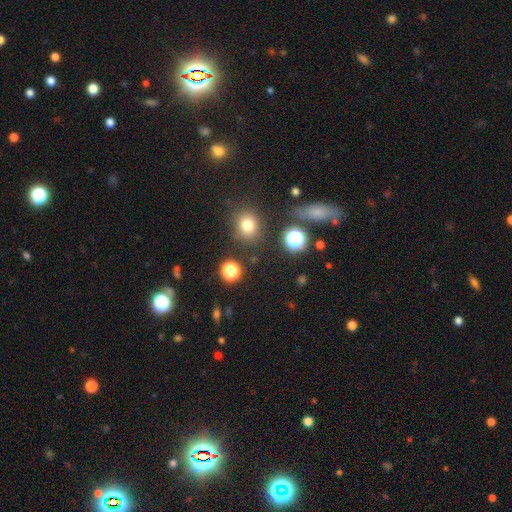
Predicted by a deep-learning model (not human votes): Smooth or featured? smooth (49%)
Merging? none (83%)